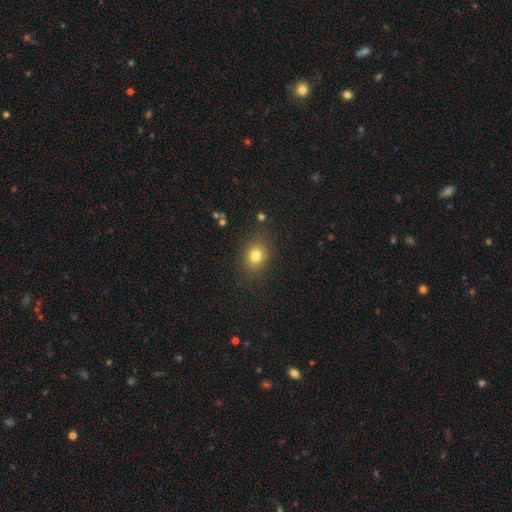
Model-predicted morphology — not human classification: This appears to be a smooth galaxy with no disk features (79%) that is in between round and cigar-shaped (53%). Merging: none (84%).